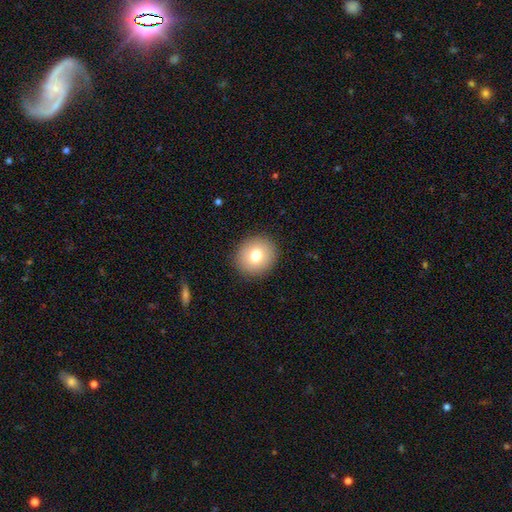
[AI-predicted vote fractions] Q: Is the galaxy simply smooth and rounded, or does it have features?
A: smooth — 77%.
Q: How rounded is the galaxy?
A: round — 84%.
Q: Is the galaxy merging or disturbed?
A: none — 91%.